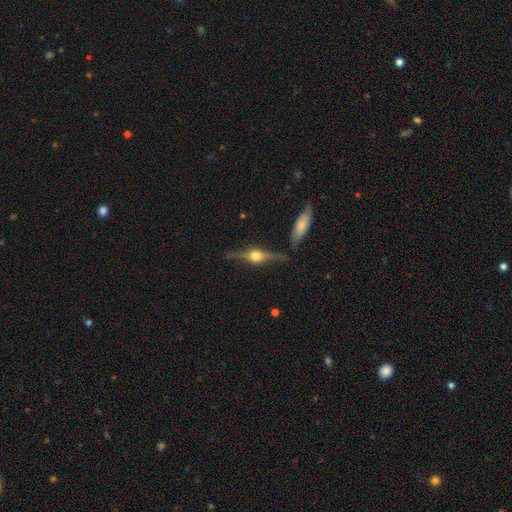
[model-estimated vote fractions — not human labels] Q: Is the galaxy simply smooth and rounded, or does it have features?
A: featured or disk — 82%.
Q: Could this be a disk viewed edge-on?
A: yes — 96%.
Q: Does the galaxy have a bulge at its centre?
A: rounded — 95%.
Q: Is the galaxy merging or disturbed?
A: none — 80%.